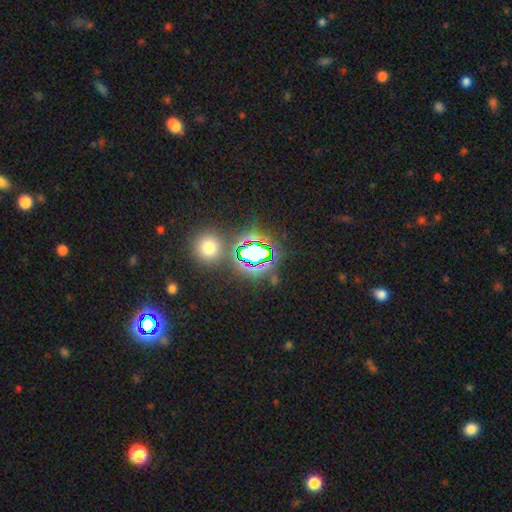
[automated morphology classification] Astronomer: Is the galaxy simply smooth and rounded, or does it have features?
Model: star or artifact — 72%.